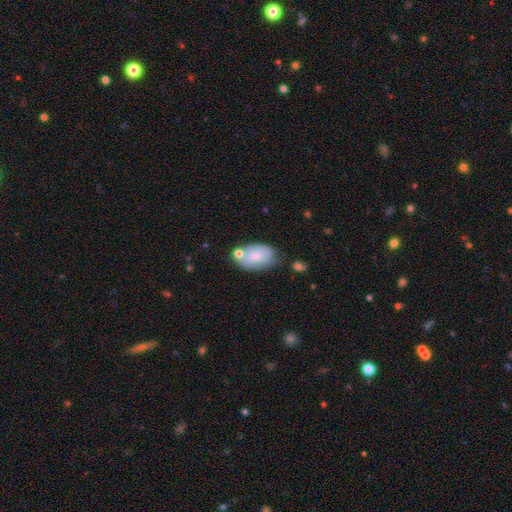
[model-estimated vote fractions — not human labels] smooth 60%, featured or disk 33%, star or artifact 7%. Down the decision tree: how rounded — in between (90%); merging — none (51%).